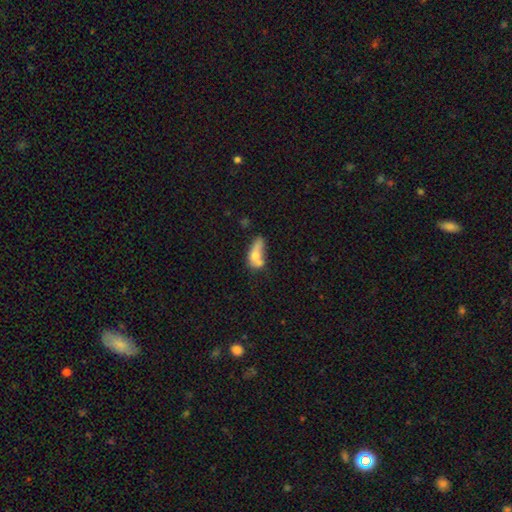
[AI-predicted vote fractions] Smooth or featured?
  - smooth: 63% *
  - featured or disk: 27%
  - star or artifact: 10%
How rounded?
  - in between: 75% *
  - cigar-shaped: 16%
  - round: 9%
Merging?
  - merger: 40% *
  - none: 22%
  - major disturbance: 19%
  - minor disturbance: 18%